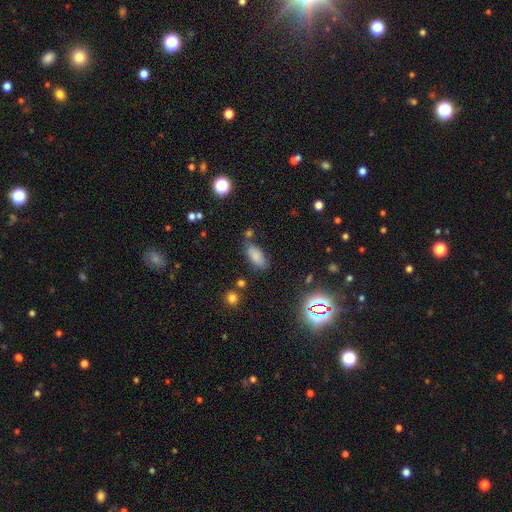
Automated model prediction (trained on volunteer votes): smooth_or_featured: smooth (p=0.80) [alt: star or artifact p=0.12]
how_rounded: in between (p=0.87) [alt: cigar-shaped p=0.10]
merging: none (p=0.70) [alt: minor disturbance p=0.17]